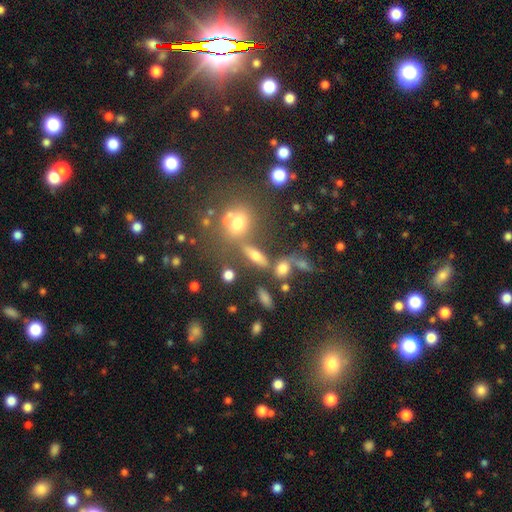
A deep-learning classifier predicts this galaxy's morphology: Q: Smooth or featured?
A: smooth (54%); runner-up: featured or disk (30%)
Q: How rounded?
A: in between (47%); runner-up: cigar-shaped (37%)
Q: Merging?
A: none (60%); runner-up: merger (19%)